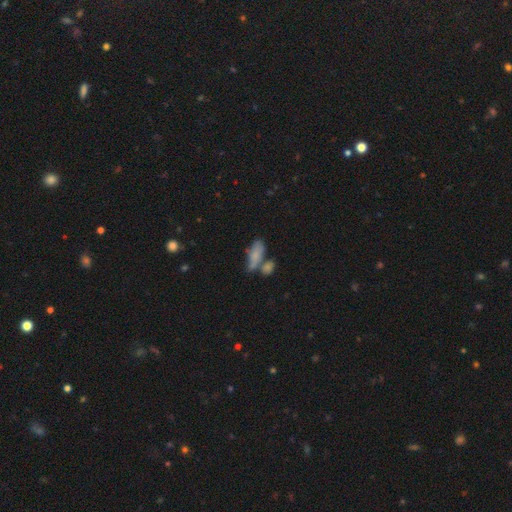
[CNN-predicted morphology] smooth_or_featured: smooth (p=0.71) [alt: featured or disk p=0.20]
how_rounded: in between (p=0.79) [alt: cigar-shaped p=0.16]
merging: merger (p=0.40) [alt: none p=0.34]